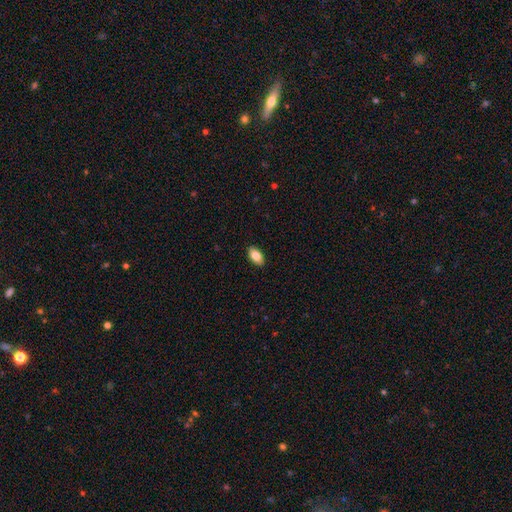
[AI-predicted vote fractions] Overall: smooth (84%). How rounded: in between (93%). Merging: none (90%).